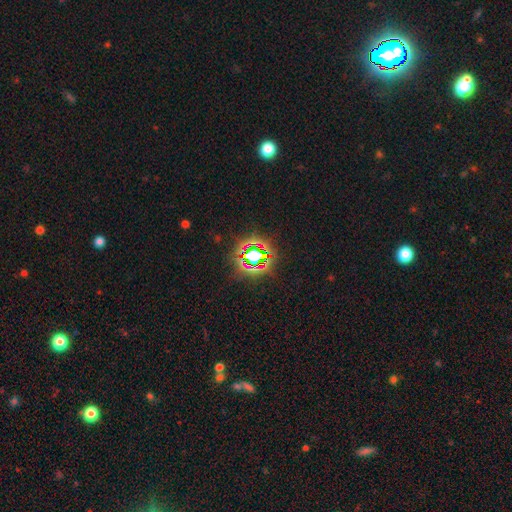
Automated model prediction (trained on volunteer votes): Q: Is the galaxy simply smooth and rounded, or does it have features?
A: star or artifact — 72%.